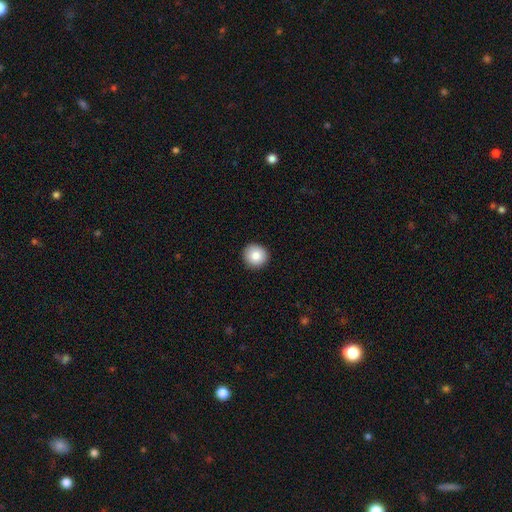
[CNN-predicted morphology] The model was most divided on "smooth or featured": smooth: 83%, star or artifact: 9%, featured or disk: 8%. More confident: how rounded — round (93%); merging — none (92%).